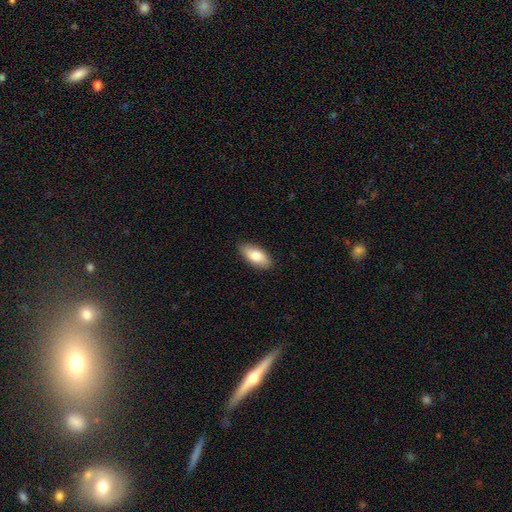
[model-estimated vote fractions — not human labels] A smooth galaxy with no disk features (80%) that is in between round and cigar-shaped (90%).

Vote fractions:
- Smooth or featured? smooth: 80% / featured or disk: 14% / star or artifact: 6%
- How rounded? in between: 90% / cigar-shaped: 8% / round: 2%
- Merging? none: 87% / minor disturbance: 10% / major disturbance: 2% / merger: 1%